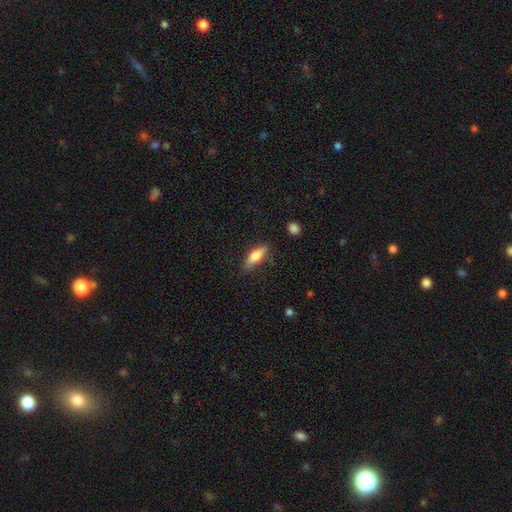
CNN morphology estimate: smooth-or-featured: smooth: 73% | featured or disk: 21% | star or artifact: 6%
  how-rounded: in between: 60% | cigar-shaped: 37% | round: 3%
  merging: none: 80% | minor disturbance: 15% | major disturbance: 3% | merger: 2%